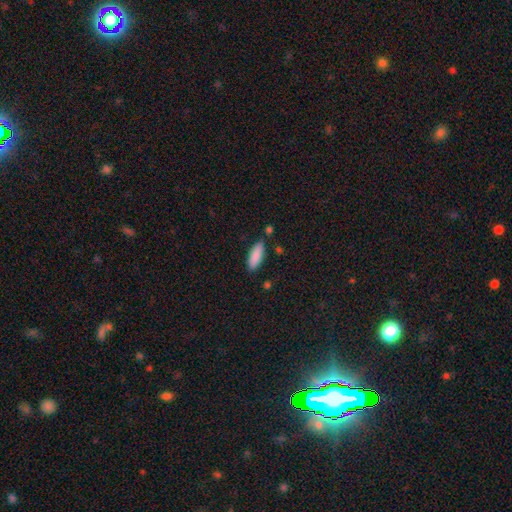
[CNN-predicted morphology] smooth_or_featured: smooth (p=0.88) [alt: featured or disk p=0.06]
how_rounded: in between (p=0.58) [alt: cigar-shaped p=0.41]
merging: none (p=0.82) [alt: minor disturbance p=0.12]